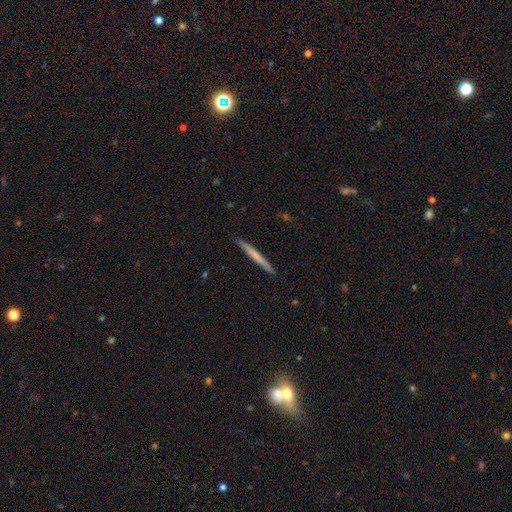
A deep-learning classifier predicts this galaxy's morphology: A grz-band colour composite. It shows a smooth galaxy with no disk features (58%) that is cigar-shaped (97%). Merging: none (91%).